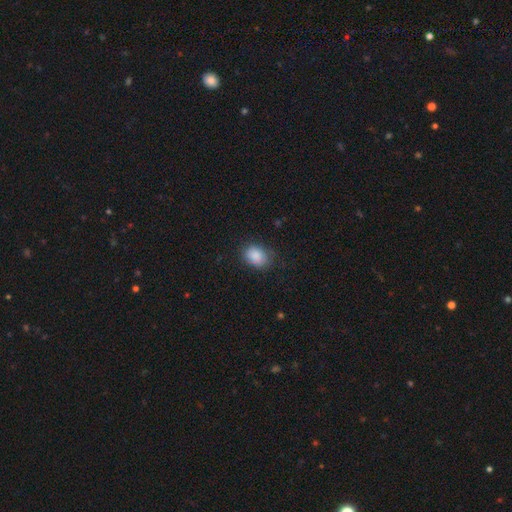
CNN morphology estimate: Q: Smooth or featured?
A: smooth (87%); runner-up: star or artifact (8%)
Q: How rounded?
A: in between (66%); runner-up: round (33%)
Q: Merging?
A: none (76%); runner-up: minor disturbance (18%)